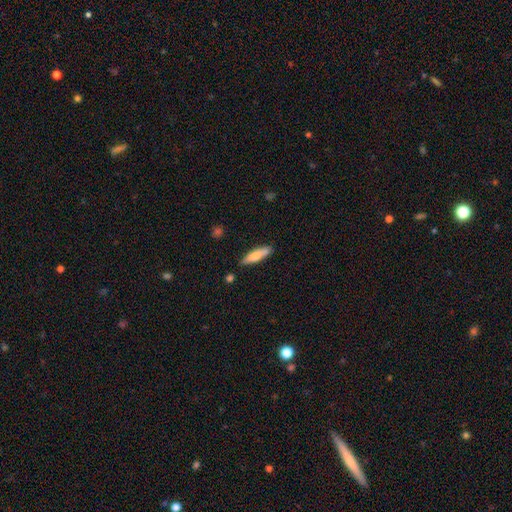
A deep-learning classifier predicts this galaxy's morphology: smooth 70%, featured or disk 24%, star or artifact 6%. Down the decision tree: how rounded — cigar-shaped (72%); merging — none (78%).